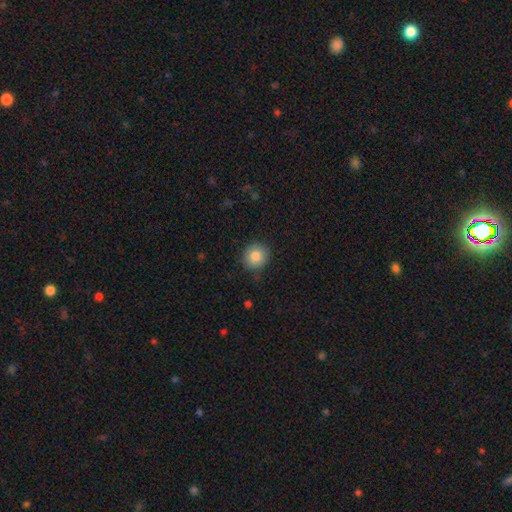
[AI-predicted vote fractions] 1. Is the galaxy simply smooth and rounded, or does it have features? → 83% smooth, 9% star or artifact, 8% featured or disk.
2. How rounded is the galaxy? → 90% round, 9% in between, 1% cigar-shaped.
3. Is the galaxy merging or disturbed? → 86% none, 10% minor disturbance, 2% major disturbance, 1% merger.